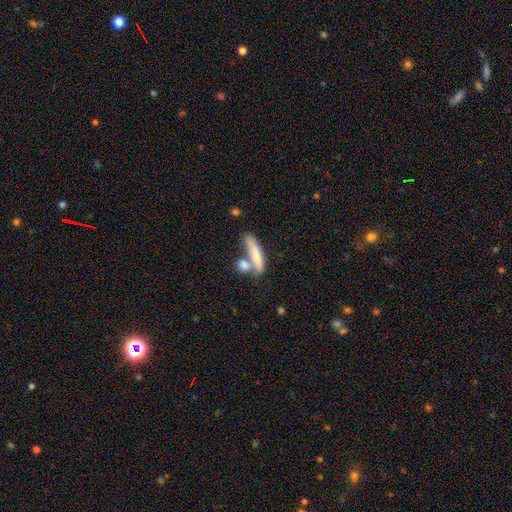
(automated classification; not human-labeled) This is likely a smooth galaxy (70%). How rounded: likely cigar-shaped (68%). Merging: marginally none (40%).